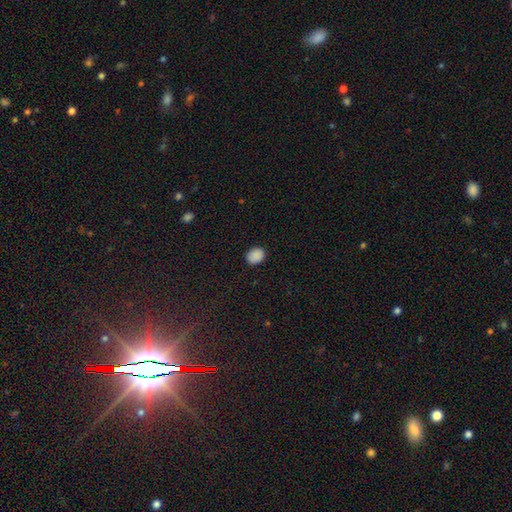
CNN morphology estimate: A smooth galaxy with no disk features (88%) that is in between round and cigar-shaped (51%). Merging: none (88%).